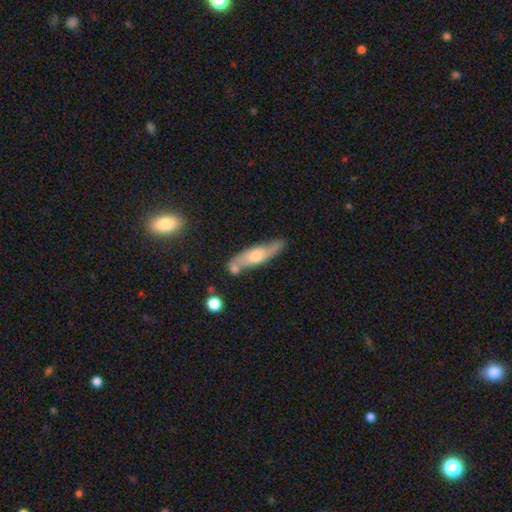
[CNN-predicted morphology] featured or disk 54%, smooth 40%, star or artifact 6%. Down the decision tree: edge-on disk — yes (53%); merging — none (66%).